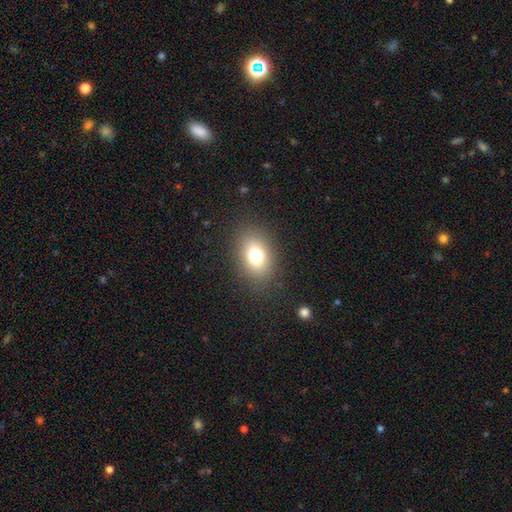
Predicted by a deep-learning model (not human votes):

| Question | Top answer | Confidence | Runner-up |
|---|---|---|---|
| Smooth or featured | smooth | 75% | star or artifact (13%) |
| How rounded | in between | 74% | round (25%) |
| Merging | none | 85% | minor disturbance (9%) |